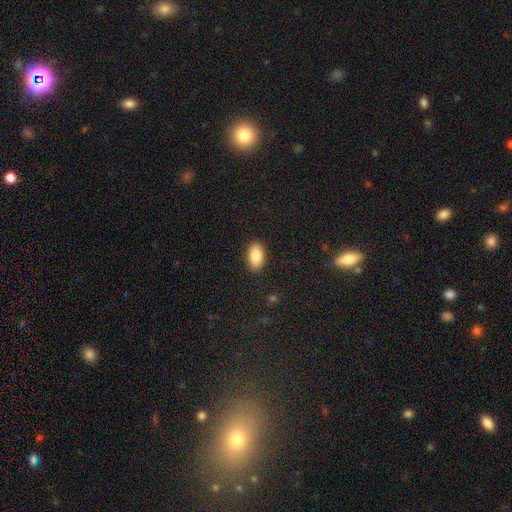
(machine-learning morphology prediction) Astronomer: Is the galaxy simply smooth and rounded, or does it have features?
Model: smooth — 85%.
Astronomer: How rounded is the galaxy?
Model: in between — 93%.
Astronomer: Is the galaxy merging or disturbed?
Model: none — 89%.